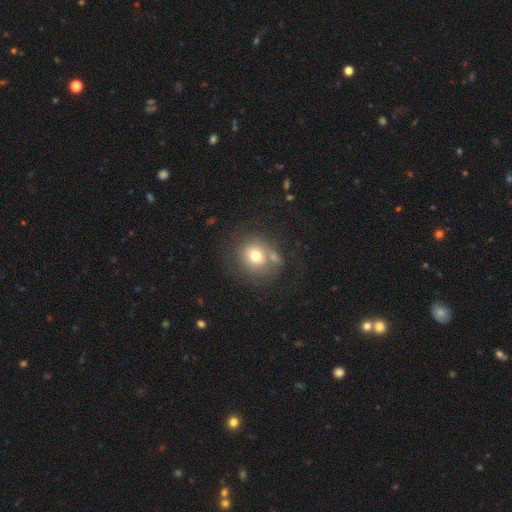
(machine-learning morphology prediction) Smooth or featured? Predicted: smooth (p=0.70). How rounded? Predicted: round (p=0.82). Merging? Predicted: none (p=0.57).